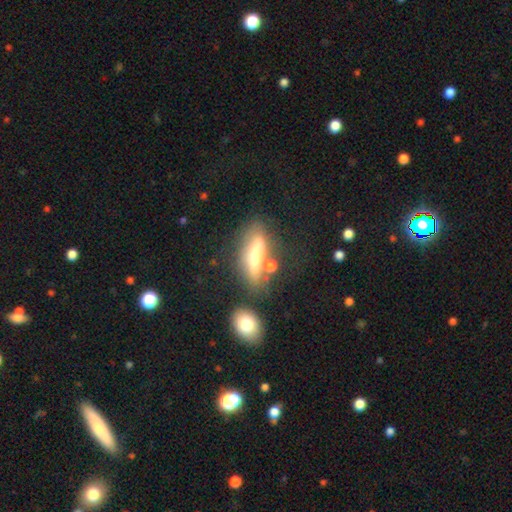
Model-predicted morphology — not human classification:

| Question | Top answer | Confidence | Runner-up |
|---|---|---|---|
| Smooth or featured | smooth | 55% | featured or disk (35%) |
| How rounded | cigar-shaped | 50% | in between (45%) |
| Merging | none | 56% | minor disturbance (19%) |